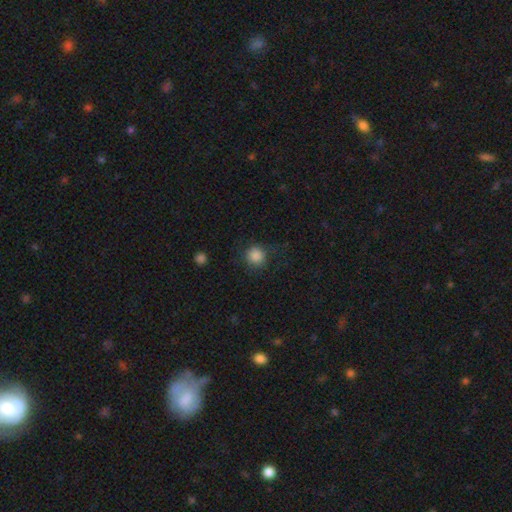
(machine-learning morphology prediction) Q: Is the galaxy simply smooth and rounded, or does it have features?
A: smooth — 86%.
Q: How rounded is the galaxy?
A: round — 92%.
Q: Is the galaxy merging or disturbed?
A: none — 80%.